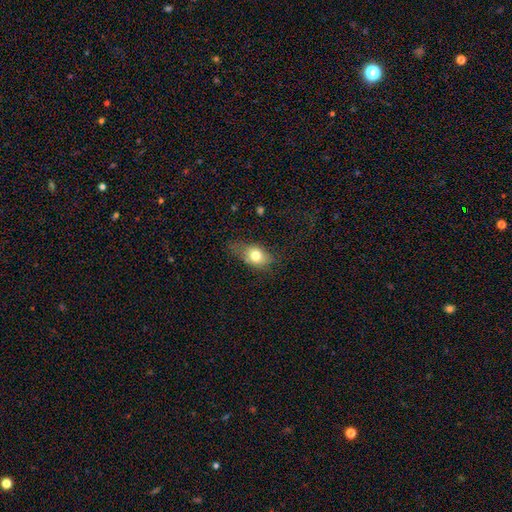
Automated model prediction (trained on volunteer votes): Smooth or featured: smooth — 73% (featured or disk — 17%)
How rounded: in between — 73% (round — 23%)
Merging: none — 50% (minor disturbance — 32%)